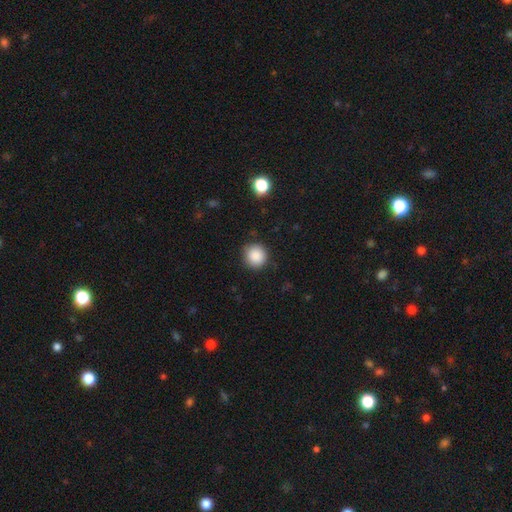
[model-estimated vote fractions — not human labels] Smooth or featured: smooth — 88% (star or artifact — 9%)
How rounded: round — 93% (in between — 6%)
Merging: none — 88% (minor disturbance — 9%)